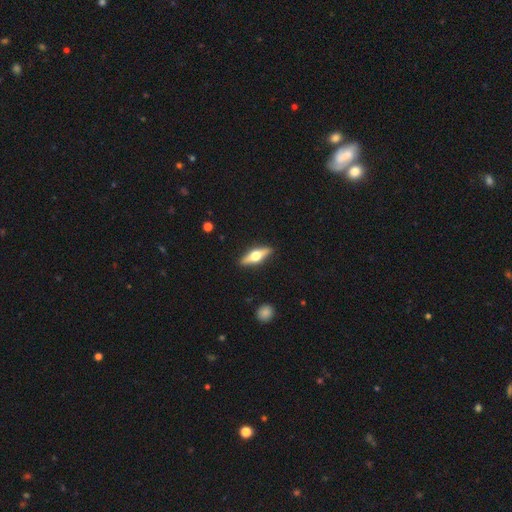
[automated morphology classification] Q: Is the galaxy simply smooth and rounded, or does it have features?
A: featured or disk — 64%.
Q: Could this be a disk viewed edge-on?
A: yes — 95%.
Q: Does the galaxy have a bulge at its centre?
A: rounded — 96%.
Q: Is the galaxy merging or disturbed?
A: none — 90%.